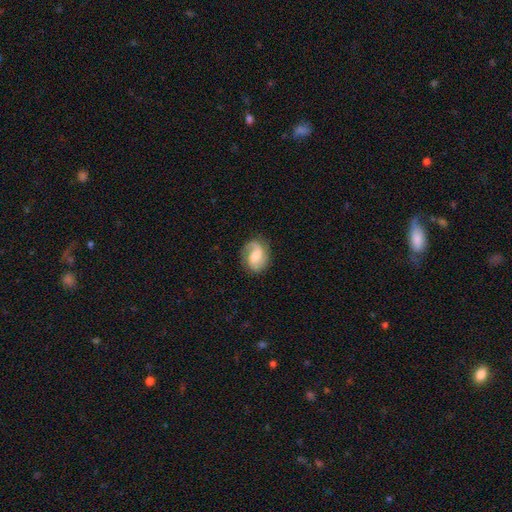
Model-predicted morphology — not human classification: Smooth or featured: featured or disk — 70% (smooth — 23%)
Edge-on disk: no — 97% (yes — 3%)
Bar: weak — 47% (no — 39%)
Spiral arms: yes — 94% (no — 6%)
Spiral winding: medium — 44% (loose — 34%)
Spiral arm count: 2 — 66% (1 — 25%)
Bulge size: moderate — 48% (small — 31%)
Merging: none — 74% (minor disturbance — 17%)